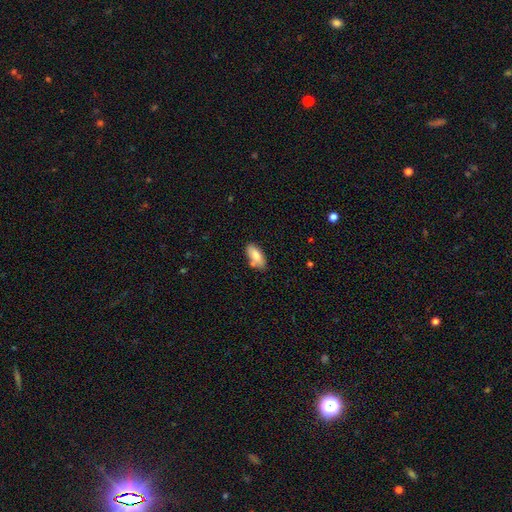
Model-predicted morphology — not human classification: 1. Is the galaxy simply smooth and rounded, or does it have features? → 82% smooth, 11% featured or disk, 7% star or artifact.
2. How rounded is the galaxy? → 83% in between, 15% cigar-shaped, 2% round.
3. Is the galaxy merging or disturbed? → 68% none, 18% minor disturbance, 10% merger, 4% major disturbance.